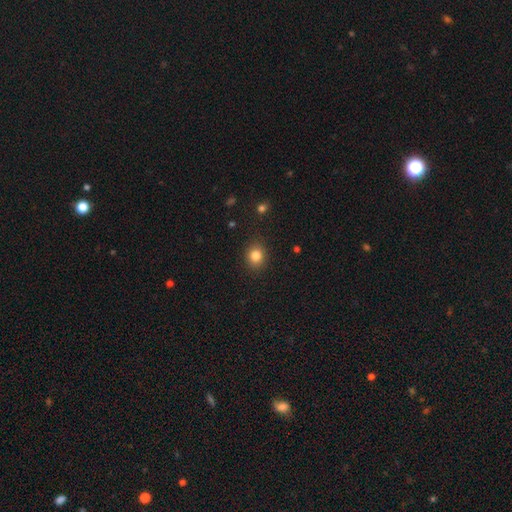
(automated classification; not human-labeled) This appears to be a smooth galaxy with no disk features (84%) that is round (73%). Merging: none (88%).